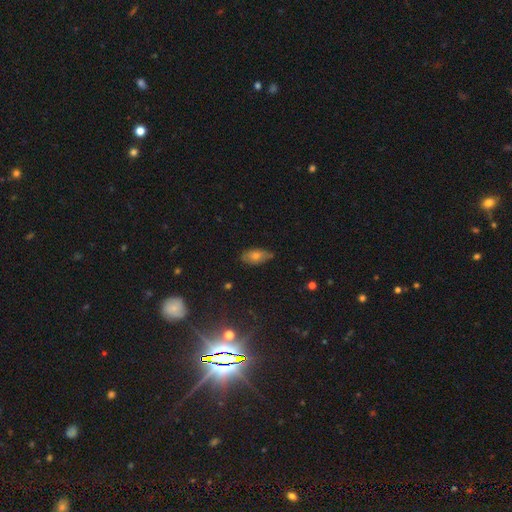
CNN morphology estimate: Smooth or featured: smooth — 52% (featured or disk — 28%)
How rounded: in between — 87% (round — 7%)
Merging: none — 70% (minor disturbance — 24%)